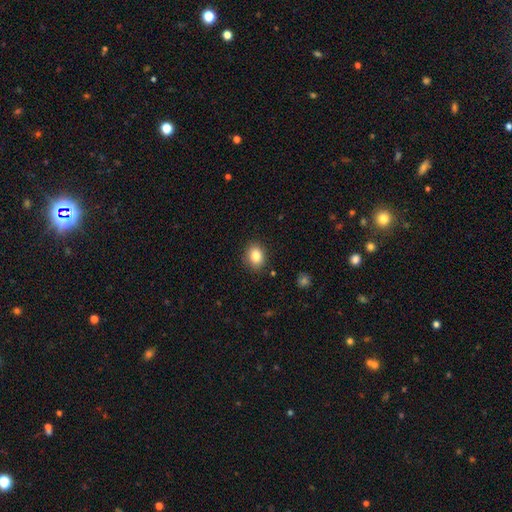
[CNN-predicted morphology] smooth-or-featured: smooth: 85% | star or artifact: 9% | featured or disk: 6%
  how-rounded: in between: 61% | round: 38% | cigar-shaped: 1%
  merging: none: 86% | minor disturbance: 10% | major disturbance: 2% | merger: 1%